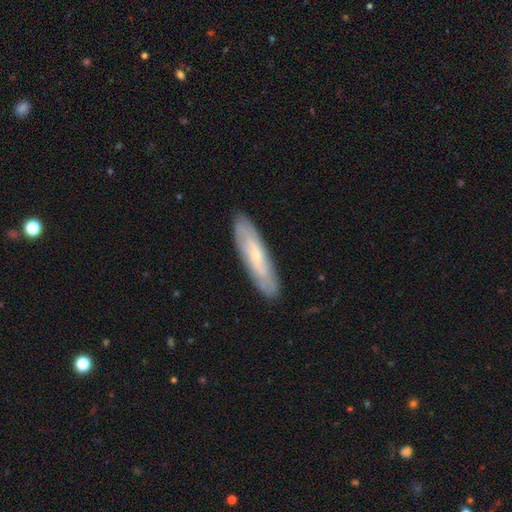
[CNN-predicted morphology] Smooth or featured? Predicted: featured or disk (p=0.55). Edge-on disk? Predicted: no (p=0.57). Merging? Predicted: none (p=0.87).